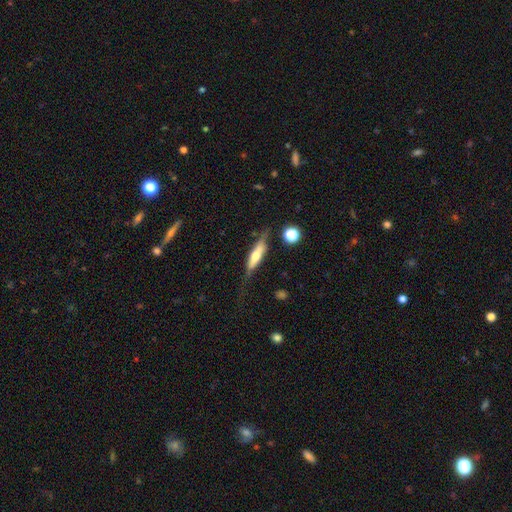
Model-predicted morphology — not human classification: Smooth or featured? Predicted: smooth (p=0.47, tied with featured or disk). Merging? Predicted: none (p=0.54).